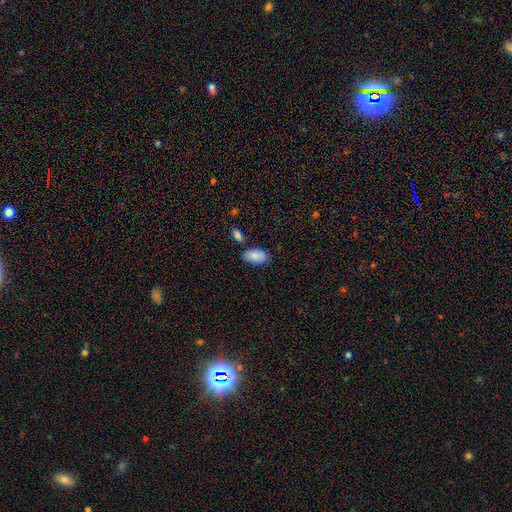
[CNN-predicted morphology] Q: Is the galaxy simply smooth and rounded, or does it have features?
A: smooth — 85%.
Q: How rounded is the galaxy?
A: in between — 94%.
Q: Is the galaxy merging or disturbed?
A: none — 72%.